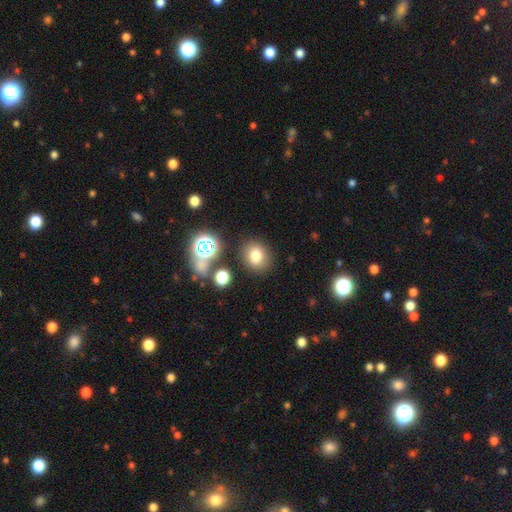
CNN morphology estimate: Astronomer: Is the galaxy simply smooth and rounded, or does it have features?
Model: smooth — 77%.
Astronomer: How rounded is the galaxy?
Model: round — 67%.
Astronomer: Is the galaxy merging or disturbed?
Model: none — 82%.